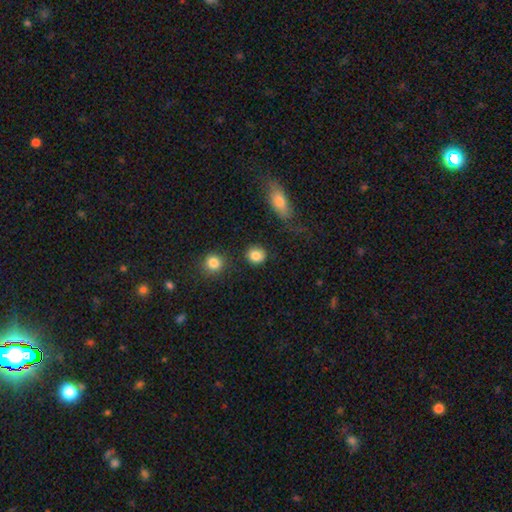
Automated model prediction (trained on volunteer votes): The model was most divided on "how rounded": round: 83%, in between: 15%, cigar-shaped: 1%. More confident: merging — none (86%); smooth or featured — smooth (85%).